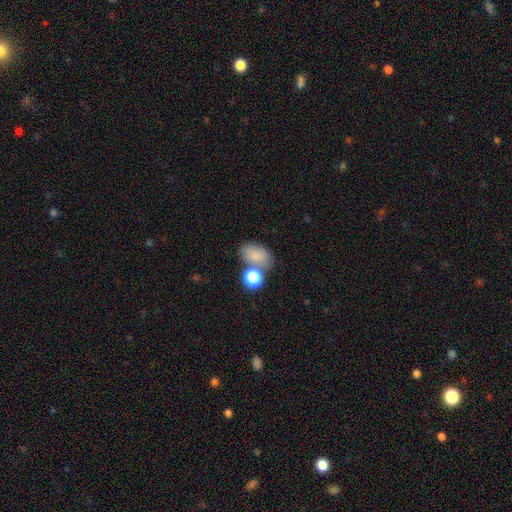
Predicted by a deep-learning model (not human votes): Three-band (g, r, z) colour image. It shows a smooth galaxy with no disk features (79%) that is in between round and cigar-shaped (84%). Merging: none (60%).